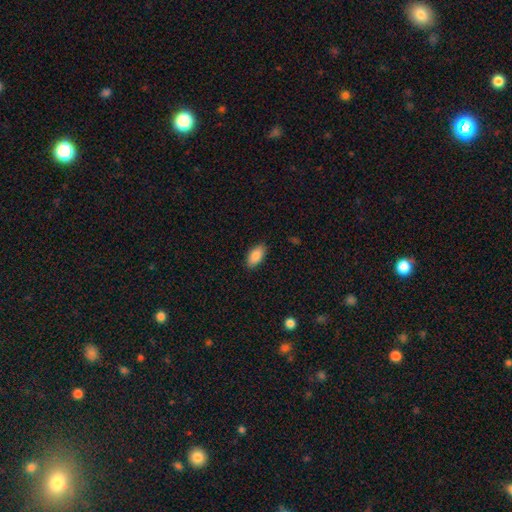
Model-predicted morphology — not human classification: A smooth galaxy with no disk features (87%) that is in between round and cigar-shaped (92%). Merging: none (87%).